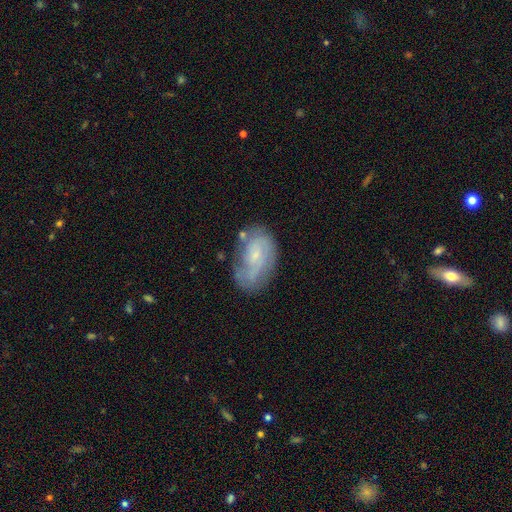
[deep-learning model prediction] featured or disk 63%, smooth 29%, star or artifact 7%. Down the decision tree: edge-on disk — no (96%); bar — no (61%); spiral arms — yes (81%); bulge size — small (70%); merging — none (62%).